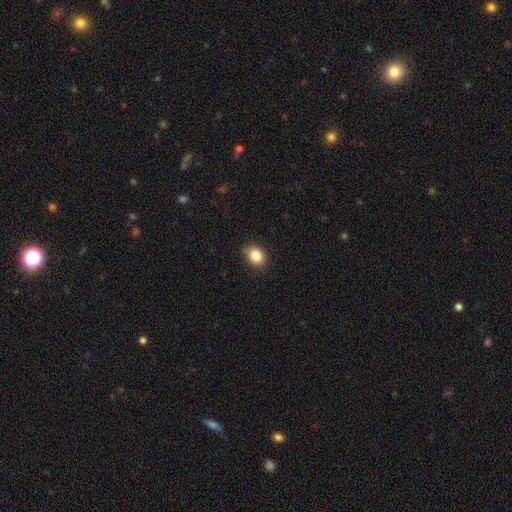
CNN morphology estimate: A smooth galaxy with no disk features (85%) that is in between round and cigar-shaped (62%).

Vote fractions:
- Smooth or featured? smooth: 85% / star or artifact: 9% / featured or disk: 6%
- How rounded? in between: 62% / round: 37% / cigar-shaped: 1%
- Merging? none: 84% / minor disturbance: 12% / major disturbance: 2% / merger: 1%